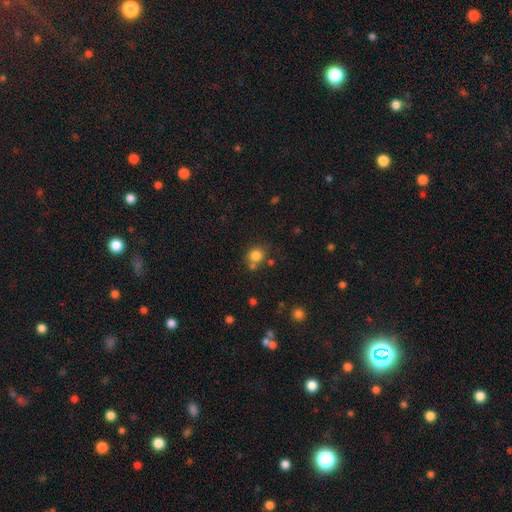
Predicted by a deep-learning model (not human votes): A smooth galaxy with no disk features (80%) that is round (81%). Merging: none (64%).